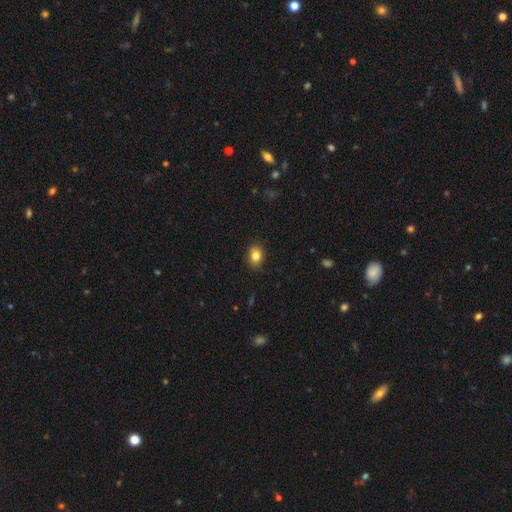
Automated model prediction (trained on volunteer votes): smooth_or_featured: smooth (p=0.83) [alt: star or artifact p=0.10]
how_rounded: in between (p=0.64) [alt: round p=0.35]
merging: none (p=0.88) [alt: minor disturbance p=0.09]